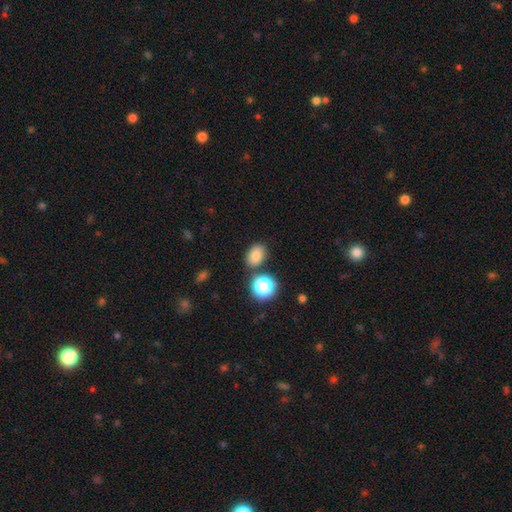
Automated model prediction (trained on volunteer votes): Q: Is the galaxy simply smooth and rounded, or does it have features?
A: smooth — 78%.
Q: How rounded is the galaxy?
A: in between — 68%.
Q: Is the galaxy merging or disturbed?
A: none — 78%.